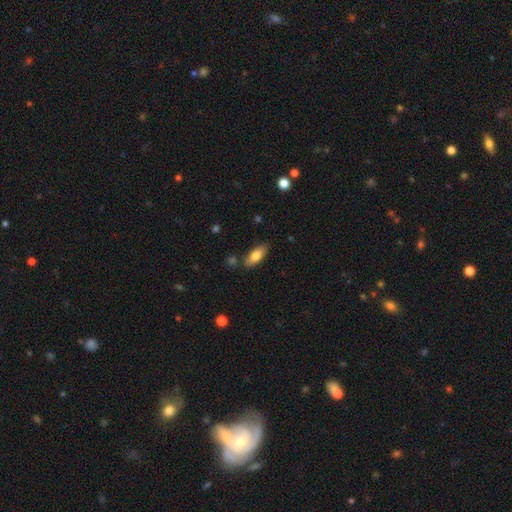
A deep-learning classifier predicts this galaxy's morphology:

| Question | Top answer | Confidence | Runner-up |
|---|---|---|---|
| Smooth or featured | smooth | 74% | featured or disk (19%) |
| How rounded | in between | 72% | cigar-shaped (25%) |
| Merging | none | 78% | minor disturbance (14%) |